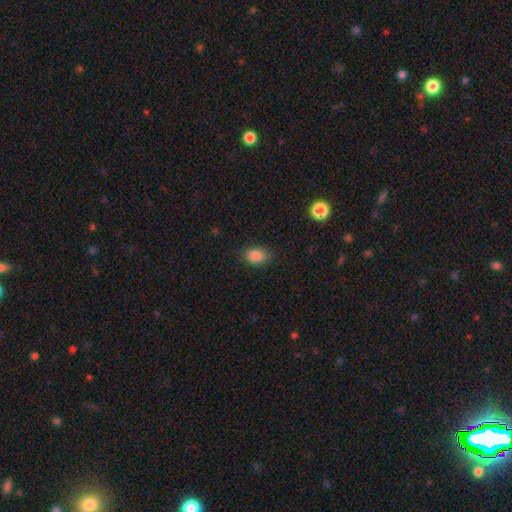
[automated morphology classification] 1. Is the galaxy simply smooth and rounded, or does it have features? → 86% smooth, 10% star or artifact, 4% featured or disk.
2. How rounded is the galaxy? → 75% in between, 24% round, 1% cigar-shaped.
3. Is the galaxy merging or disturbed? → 81% none, 14% minor disturbance, 3% major disturbance, 1% merger.